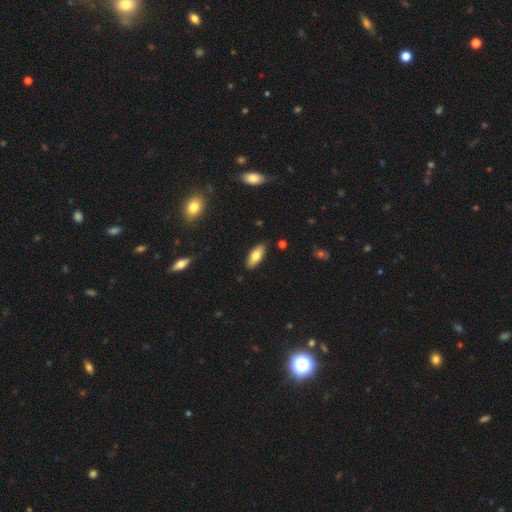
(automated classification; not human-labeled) Smooth or featured? smooth (77%)
How rounded? in between (83%)
Merging? none (88%)